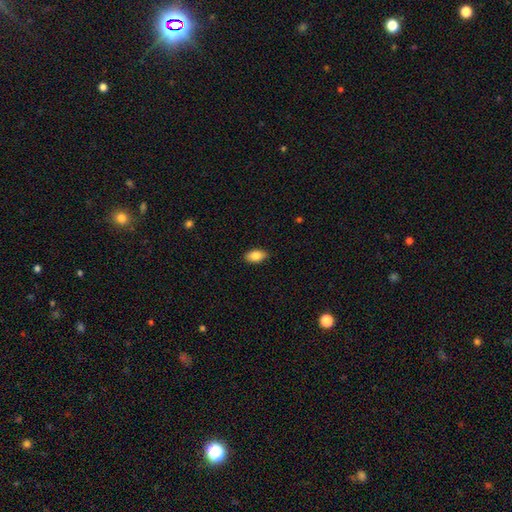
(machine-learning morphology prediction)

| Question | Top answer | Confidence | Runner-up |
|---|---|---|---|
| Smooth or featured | smooth | 84% | featured or disk (8%) |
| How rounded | in between | 92% | round (5%) |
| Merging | none | 87% | minor disturbance (10%) |